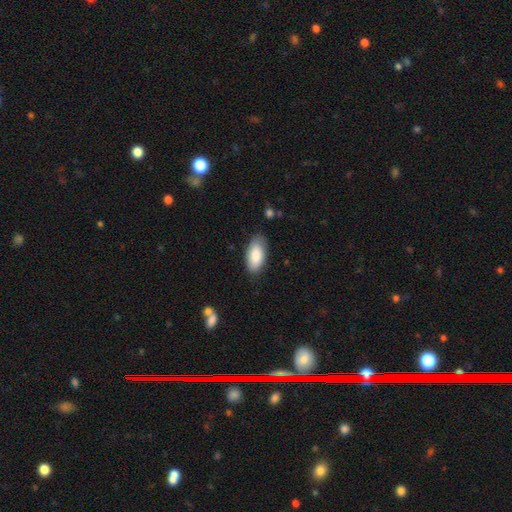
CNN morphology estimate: Smooth or featured? Predicted: smooth (p=0.86). How rounded? Predicted: in between (p=0.93). Merging? Predicted: none (p=0.80).